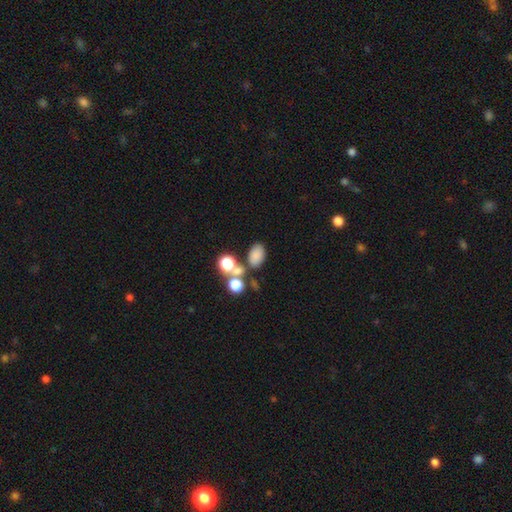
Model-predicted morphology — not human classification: Overall: smooth (78%). How rounded: in between (84%). Merging: none (61%; merger 22%).